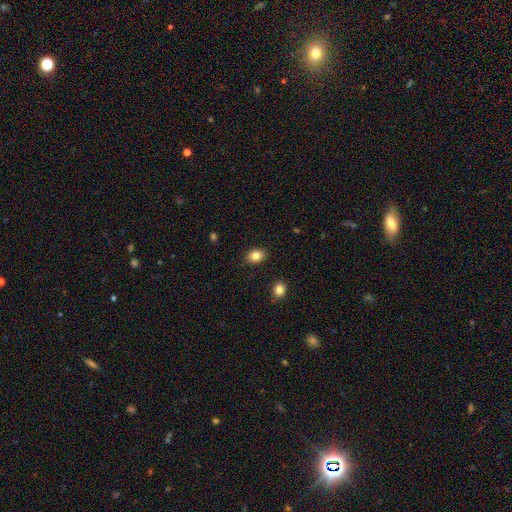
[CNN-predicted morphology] Smooth or featured?
  - smooth: 84% *
  - star or artifact: 9%
  - featured or disk: 7%
How rounded?
  - in between: 67% *
  - round: 32%
  - cigar-shaped: 1%
Merging?
  - none: 88% *
  - minor disturbance: 8%
  - major disturbance: 2%
  - merger: 2%